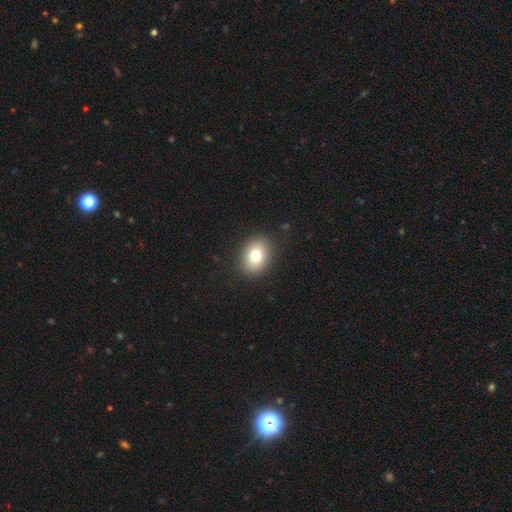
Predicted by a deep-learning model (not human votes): Smooth or featured: smooth — 77% (featured or disk — 13%)
How rounded: in between — 60% (round — 39%)
Merging: none — 89% (minor disturbance — 8%)